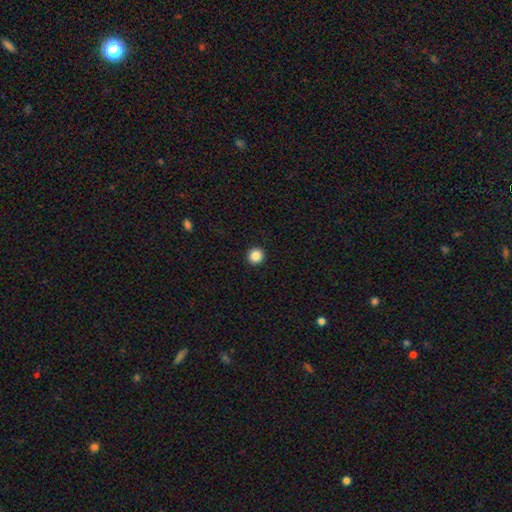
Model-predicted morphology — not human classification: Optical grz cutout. It shows a smooth galaxy with no disk features (87%) that is round (96%). Merging: none (94%).